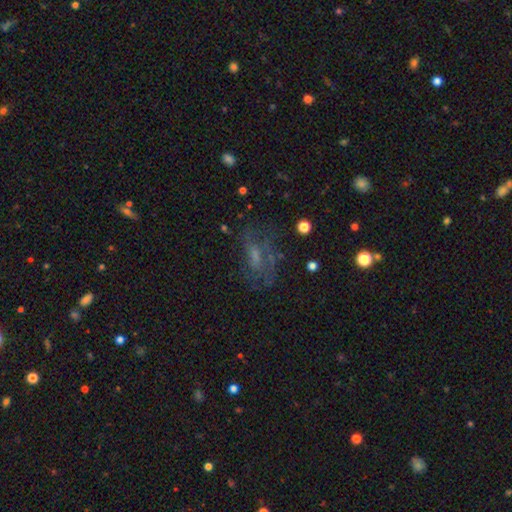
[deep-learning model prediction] This appears to be a featured or disk galaxy (47%). Merging: none (53%).